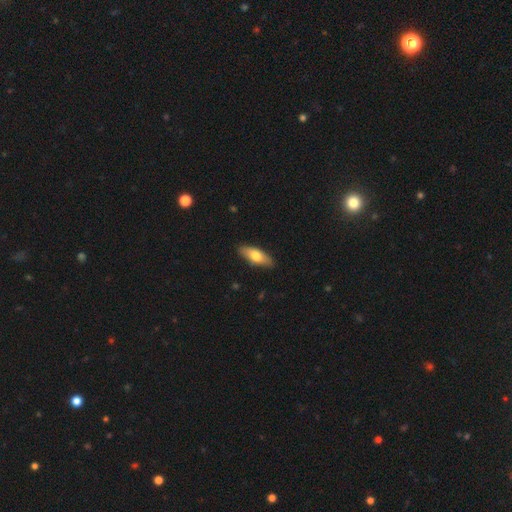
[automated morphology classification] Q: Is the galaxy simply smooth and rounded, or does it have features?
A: smooth — 69%.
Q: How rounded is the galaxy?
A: in between — 69%.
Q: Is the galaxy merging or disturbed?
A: none — 87%.